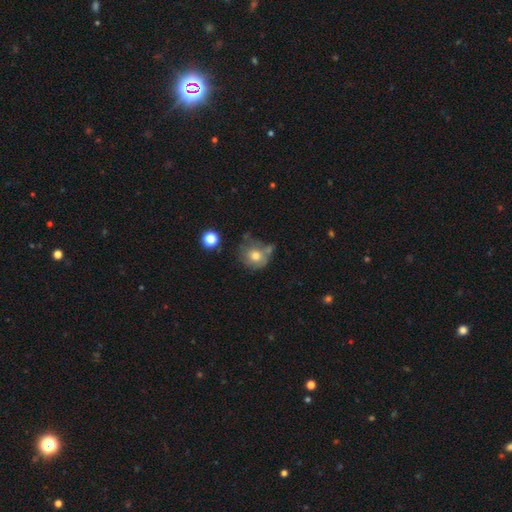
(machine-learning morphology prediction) type=smooth (67%); roundness=round (80%); merging=none (48%).